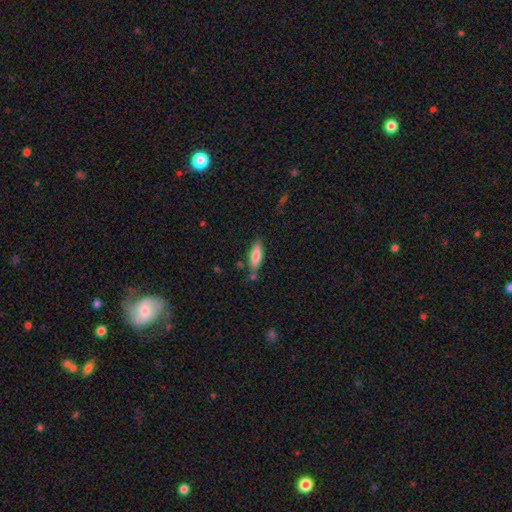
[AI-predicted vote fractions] This is likely a smooth galaxy (73%). How rounded: possibly cigar-shaped (52%). Merging: likely none (71%).